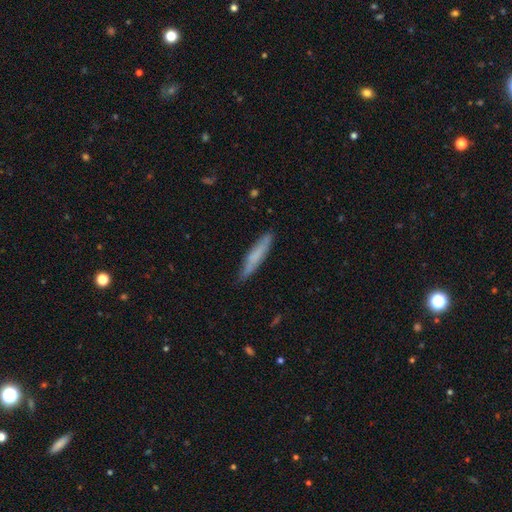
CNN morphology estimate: smooth-or-featured: smooth: 67% | featured or disk: 27% | star or artifact: 6%
  how-rounded: cigar-shaped: 92% | in between: 7% | round: 1%
  merging: none: 85% | minor disturbance: 12% | major disturbance: 2% | merger: 1%